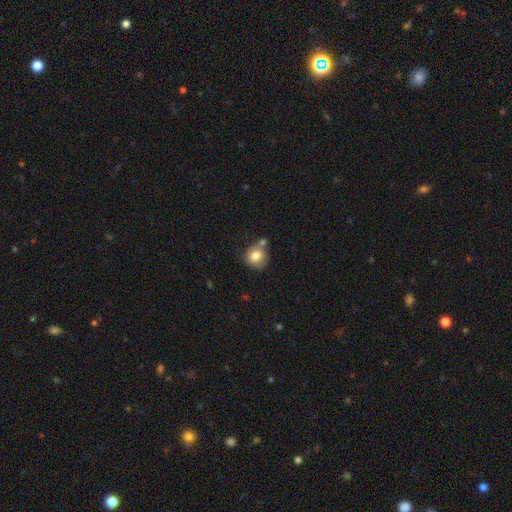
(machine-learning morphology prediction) Q: Smooth or featured?
A: smooth (78%); runner-up: featured or disk (13%)
Q: How rounded?
A: round (80%); runner-up: in between (19%)
Q: Merging?
A: none (49%); runner-up: merger (27%)